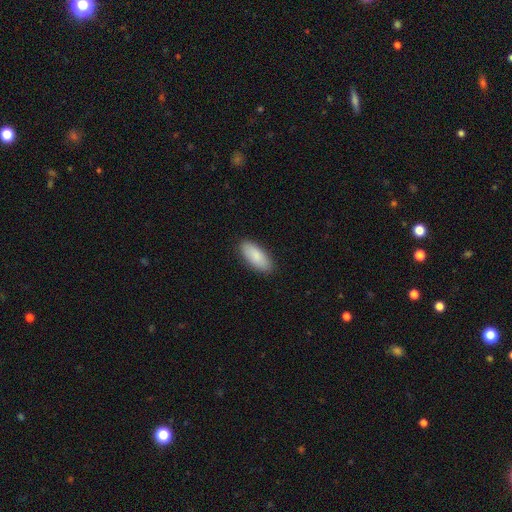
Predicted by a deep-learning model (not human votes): smooth-or-featured: smooth: 88% | featured or disk: 6% | star or artifact: 5%
  how-rounded: in between: 83% | cigar-shaped: 16% | round: 2%
  merging: none: 88% | minor disturbance: 9% | major disturbance: 2% | merger: 1%